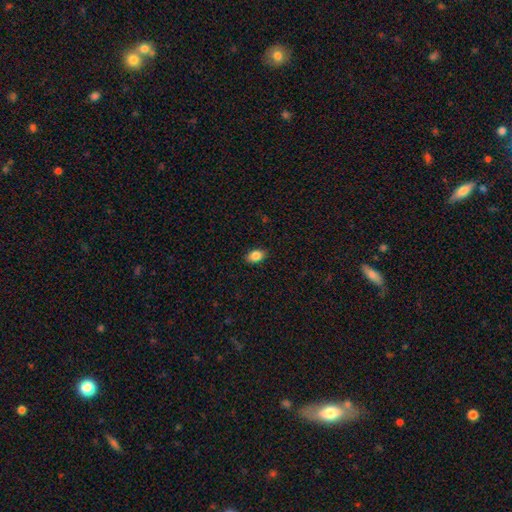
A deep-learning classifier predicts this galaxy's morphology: type=smooth (86%); roundness=in between (85%); merging=none (89%).